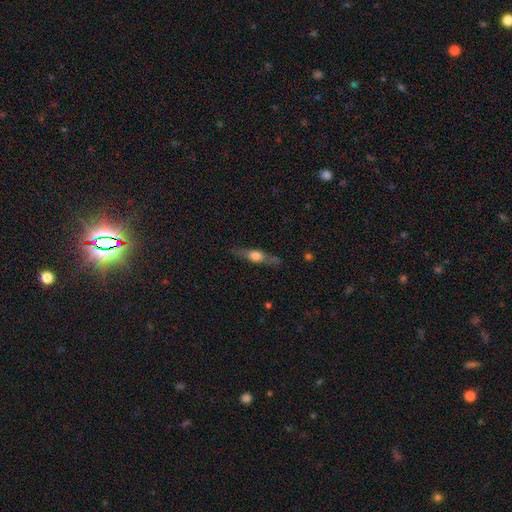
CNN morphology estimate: smooth-or-featured: featured or disk: 59% | smooth: 34% | star or artifact: 7%
  disk-edge-on: yes: 92% | no: 8%
    edge-on-bulge: rounded: 90% | boxy: 8% | none: 2%
  merging: none: 79% | minor disturbance: 15% | major disturbance: 4% | merger: 2%